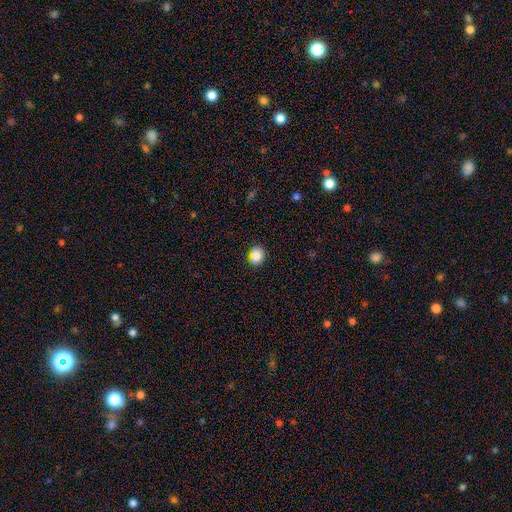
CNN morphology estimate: This is clearly a smooth galaxy (87%). How rounded: likely round (65%). Merging: clearly none (84%).